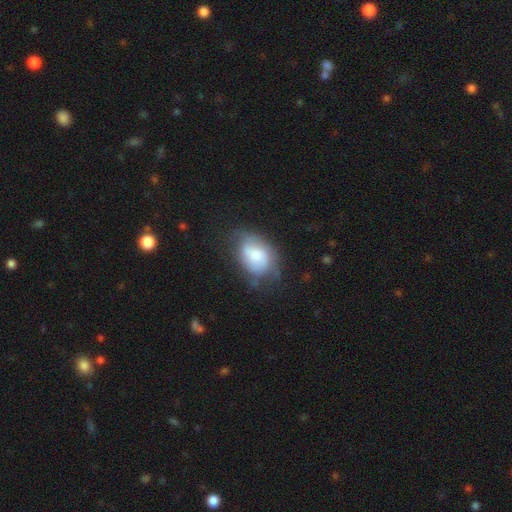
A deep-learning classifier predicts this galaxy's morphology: A smooth galaxy with no disk features (59%) that is in between round and cigar-shaped (76%).

Vote fractions:
- Smooth or featured? smooth: 59% / featured or disk: 33% / star or artifact: 8%
- How rounded? in between: 76% / round: 23% / cigar-shaped: 1%
- Merging? none: 45% / minor disturbance: 33% / major disturbance: 19% / merger: 3%